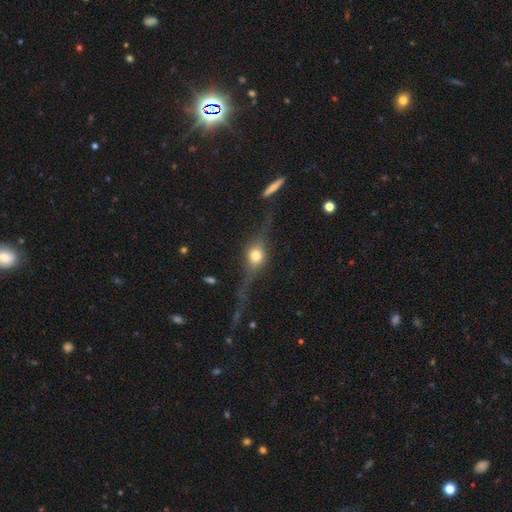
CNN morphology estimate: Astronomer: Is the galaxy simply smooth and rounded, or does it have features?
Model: featured or disk — 70%.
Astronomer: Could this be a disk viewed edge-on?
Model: yes — 90%.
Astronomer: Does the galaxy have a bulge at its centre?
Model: rounded — 95%.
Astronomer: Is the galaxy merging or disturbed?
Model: none — 67%.